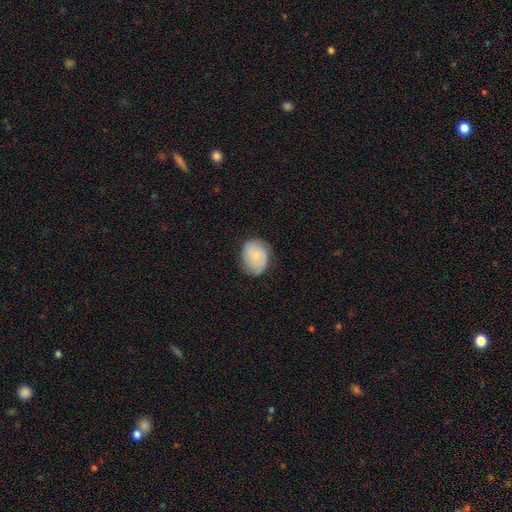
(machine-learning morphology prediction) smooth-or-featured: smooth: 62% | featured or disk: 31% | star or artifact: 7%
  how-rounded: round: 58% | in between: 41% | cigar-shaped: 1%
  merging: none: 73% | minor disturbance: 21% | major disturbance: 5% | merger: 1%